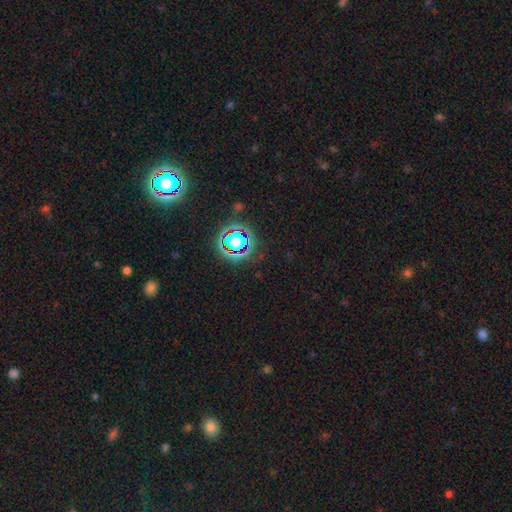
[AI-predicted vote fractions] Smooth or featured: star or artifact — 79% (smooth — 13%)